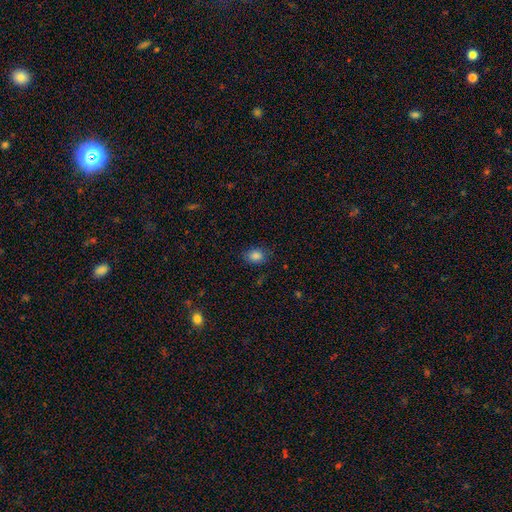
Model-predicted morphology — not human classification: Smooth or featured? smooth (84%)
How rounded? in between (63%)
Merging? none (80%)